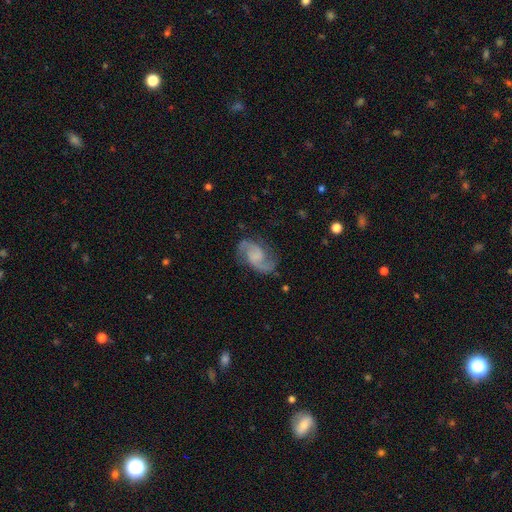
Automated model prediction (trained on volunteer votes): smooth-or-featured: featured or disk: 86% | smooth: 9% | star or artifact: 6%
  disk-edge-on: no: 98% | yes: 2%
    bar: no: 51% | weak: 40% | strong: 9%
    has-spiral-arms: yes: 97% | no: 3%
      spiral-winding: medium: 49% | loose: 38% | tight: 13%
      spiral-arm-count: 2: 93% | can't tell: 2% | 1: 1% | 3: 1% | 4: 1% | more than 4: 1%
    bulge-size: none: 57% | small: 20% | moderate: 14% | large: 7% | dominant: 2%
  merging: none: 79% | minor disturbance: 14% | major disturbance: 6% | merger: 1%